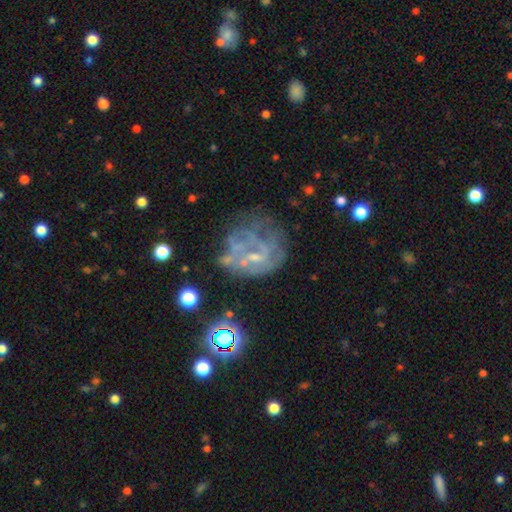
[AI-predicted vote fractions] Smooth or featured?
  - featured or disk: 67% *
  - smooth: 17%
  - star or artifact: 16%
Edge-on disk?
  - no: 98% *
  - yes: 2%
Bar?
  - no: 66% *
  - weak: 27%
  - strong: 7%
Spiral arms?
  - no: 60% *
  - yes: 40%
Bulge size?
  - none: 42% *
  - small: 40%
  - moderate: 16%
  - large: 1%
  - dominant: 1%
Merging?
  - none: 42% *
  - major disturbance: 29%
  - minor disturbance: 21%
  - merger: 7%